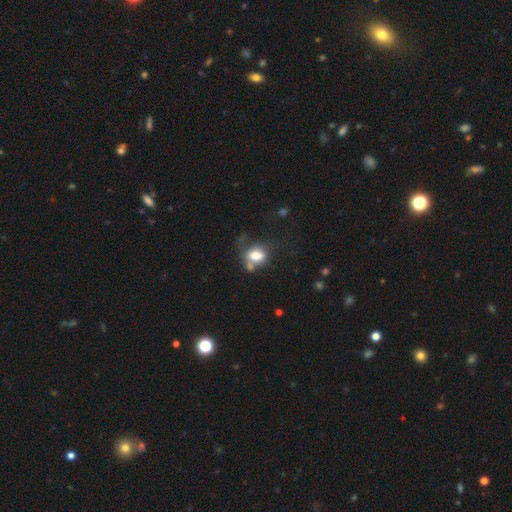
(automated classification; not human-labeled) The model was most divided on "merging": none: 34%, merger: 26%, minor disturbance: 23%, major disturbance: 17%. More confident: smooth or featured — smooth (73%); how rounded — in between (69%).